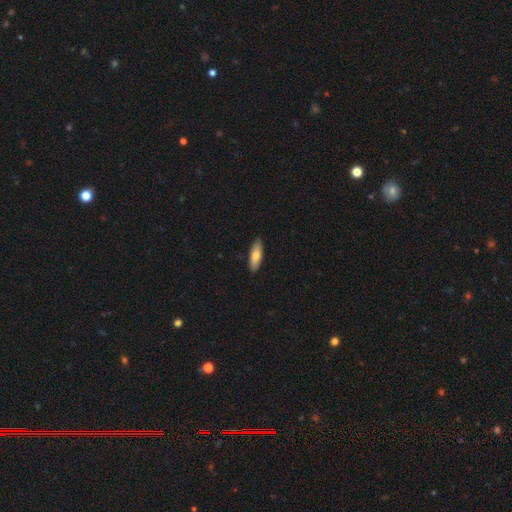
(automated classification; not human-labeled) The model was most divided on "how rounded": in between: 60%, cigar-shaped: 38%, round: 2%. More confident: merging — none (89%); smooth or featured — smooth (75%).